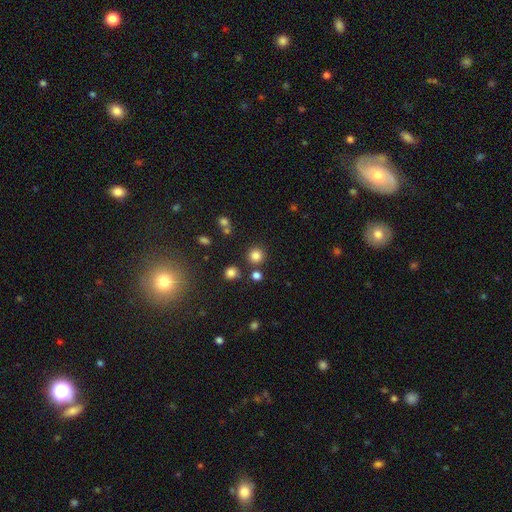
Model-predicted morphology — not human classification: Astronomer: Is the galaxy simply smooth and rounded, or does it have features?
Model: smooth — 81%.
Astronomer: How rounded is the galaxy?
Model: round — 93%.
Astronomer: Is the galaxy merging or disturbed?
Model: none — 83%.